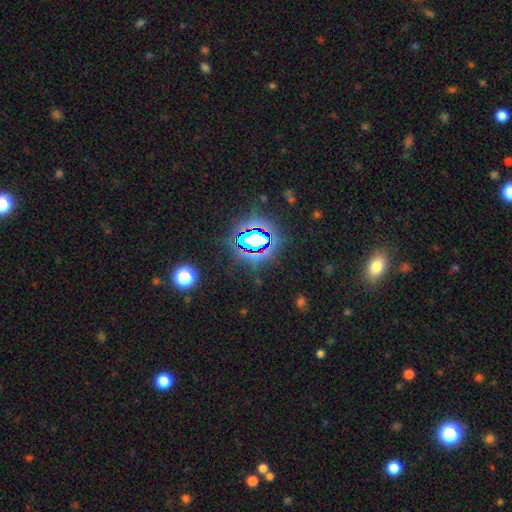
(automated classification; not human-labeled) A star or artifact, not a galaxy (79%).

Vote fractions:
- Smooth or featured? star or artifact: 79% / smooth: 13% / featured or disk: 8%